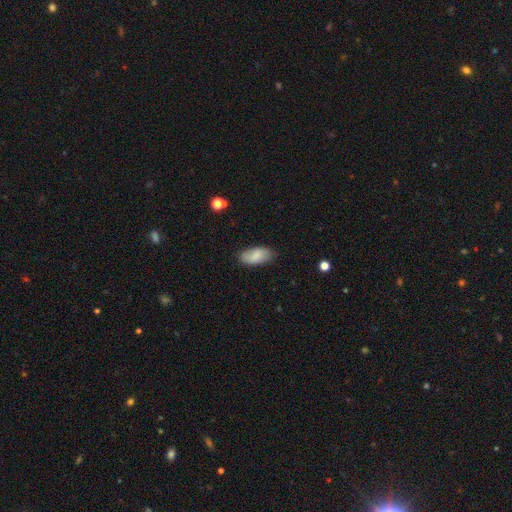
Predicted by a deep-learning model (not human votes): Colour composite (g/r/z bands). It shows a smooth galaxy with no disk features (82%) that is in between round and cigar-shaped (92%). Merging: none (82%).